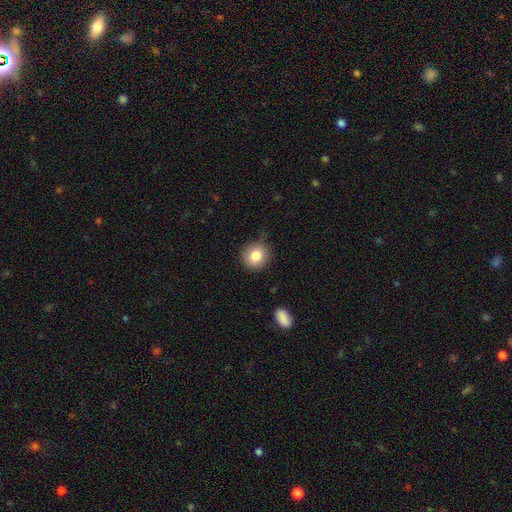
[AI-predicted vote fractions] The model was most divided on "merging": none: 80%, minor disturbance: 15%, major disturbance: 3%, merger: 2%. More confident: how rounded — round (87%); smooth or featured — smooth (83%).